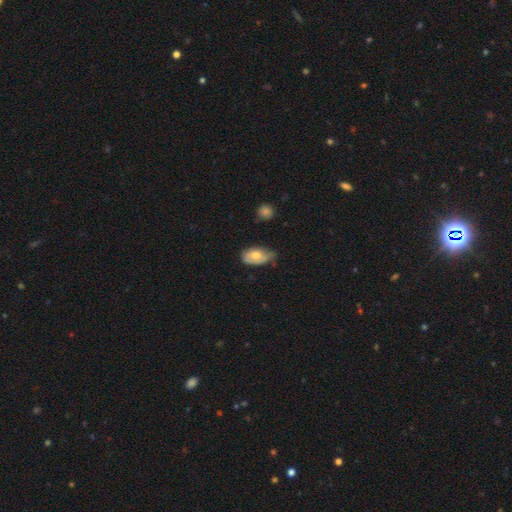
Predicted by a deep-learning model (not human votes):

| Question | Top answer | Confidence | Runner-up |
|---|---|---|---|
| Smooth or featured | smooth | 67% | featured or disk (26%) |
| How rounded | in between | 91% | round (7%) |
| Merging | minor disturbance | 47% | none (40%) |